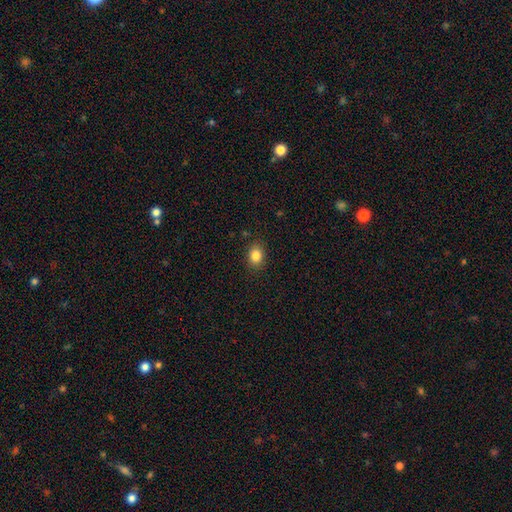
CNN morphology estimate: Smooth or featured? Predicted: smooth (p=0.84). How rounded? Predicted: in between (p=0.59). Merging? Predicted: none (p=0.87).